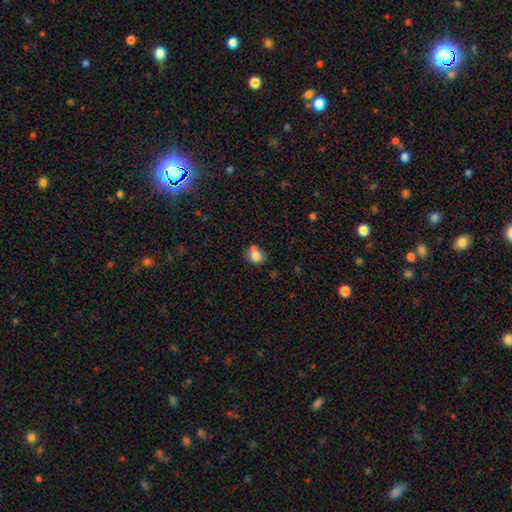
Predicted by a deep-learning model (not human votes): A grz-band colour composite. It shows a smooth galaxy with no disk features (80%) that is round (61%). Merging: none (48%).